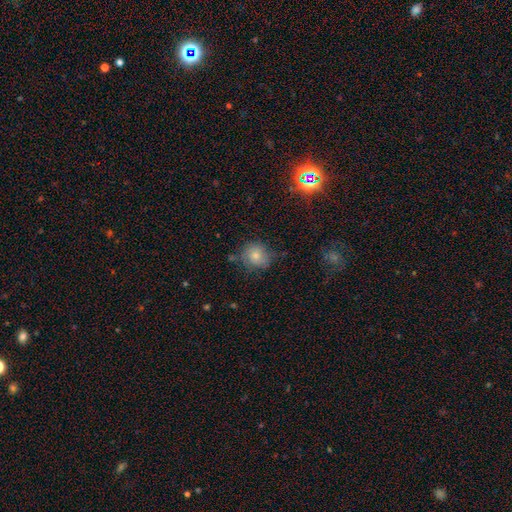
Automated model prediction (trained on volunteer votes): Overall: smooth (73%). How rounded: round (82%). Merging: none (63%; minor disturbance 26%).